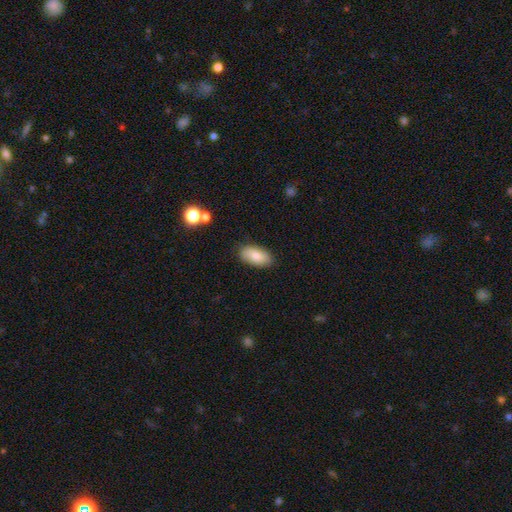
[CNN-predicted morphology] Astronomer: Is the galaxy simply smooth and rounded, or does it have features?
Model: smooth — 81%.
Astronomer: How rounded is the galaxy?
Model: in between — 93%.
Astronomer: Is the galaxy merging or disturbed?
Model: none — 83%.